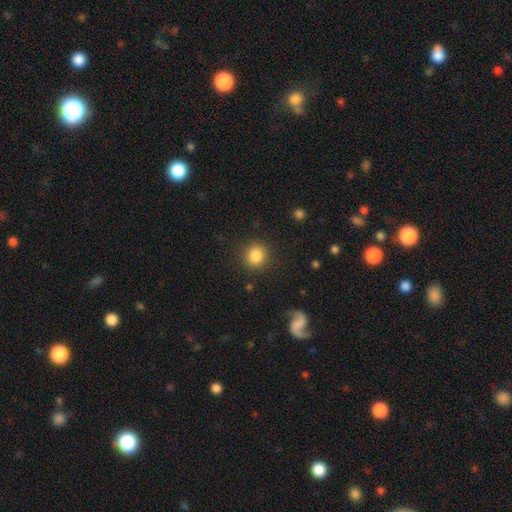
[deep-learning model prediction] A smooth galaxy with no disk features (85%) that is round (87%).

Vote fractions:
- Smooth or featured? smooth: 85% / star or artifact: 10% / featured or disk: 5%
- How rounded? round: 87% / in between: 12% / cigar-shaped: 1%
- Merging? none: 88% / minor disturbance: 7% / major disturbance: 3% / merger: 1%